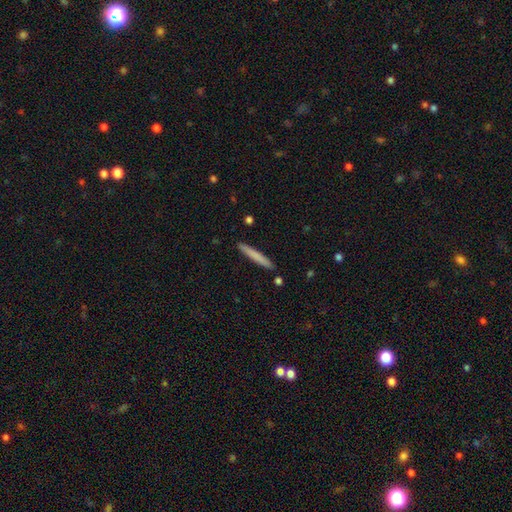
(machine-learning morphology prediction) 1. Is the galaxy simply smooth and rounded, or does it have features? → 74% smooth, 21% featured or disk, 5% star or artifact.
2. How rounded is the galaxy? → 96% cigar-shaped, 3% in between, 1% round.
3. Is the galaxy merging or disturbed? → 90% none, 7% minor disturbance, 2% merger, 1% major disturbance.